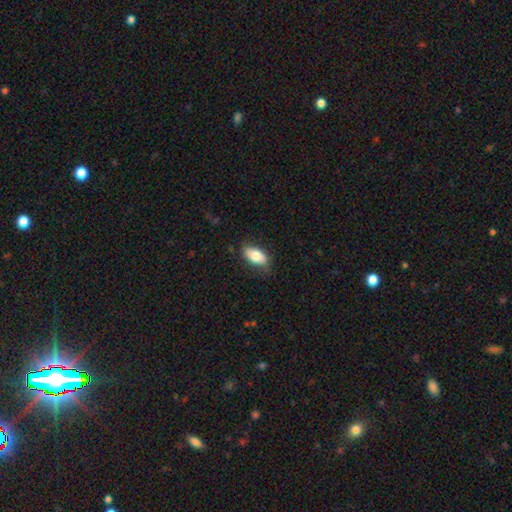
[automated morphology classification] smooth-or-featured: smooth: 77% | featured or disk: 16% | star or artifact: 7%
  how-rounded: in between: 91% | cigar-shaped: 5% | round: 5%
  merging: none: 77% | minor disturbance: 18% | major disturbance: 4% | merger: 1%